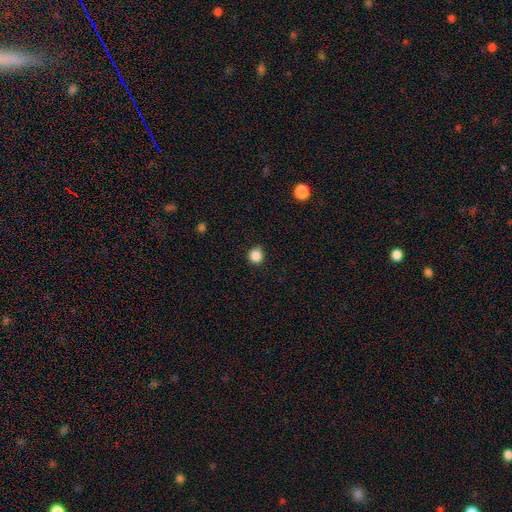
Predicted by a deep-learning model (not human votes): Q: Smooth or featured?
A: smooth (86%); runner-up: star or artifact (11%)
Q: How rounded?
A: round (92%); runner-up: in between (7%)
Q: Merging?
A: none (86%); runner-up: minor disturbance (10%)